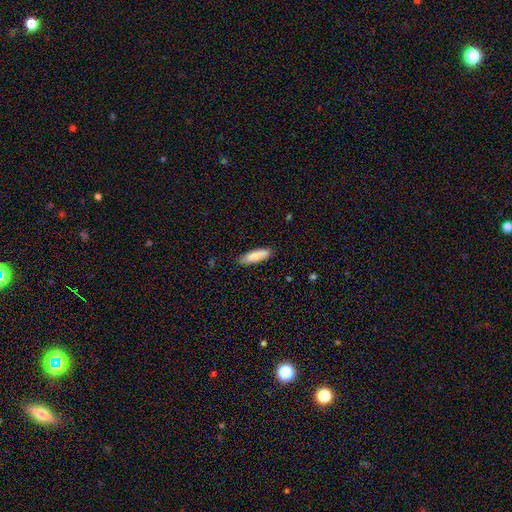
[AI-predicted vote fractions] A smooth galaxy with no disk features (85%) that is cigar-shaped (55%). Merging: none (85%).